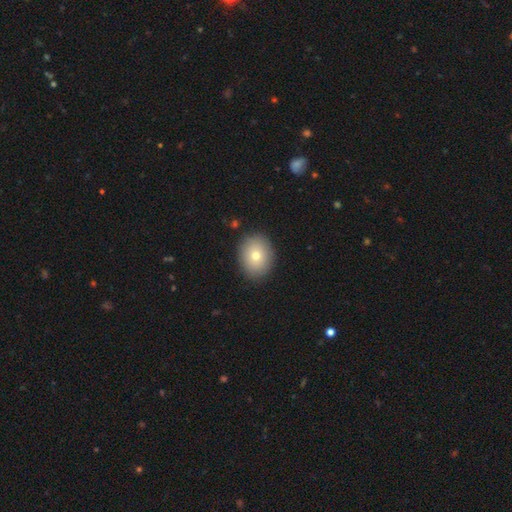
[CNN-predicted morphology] Q: Smooth or featured?
A: smooth (76%); runner-up: featured or disk (14%)
Q: How rounded?
A: round (54%); runner-up: in between (45%)
Q: Merging?
A: none (88%); runner-up: minor disturbance (8%)